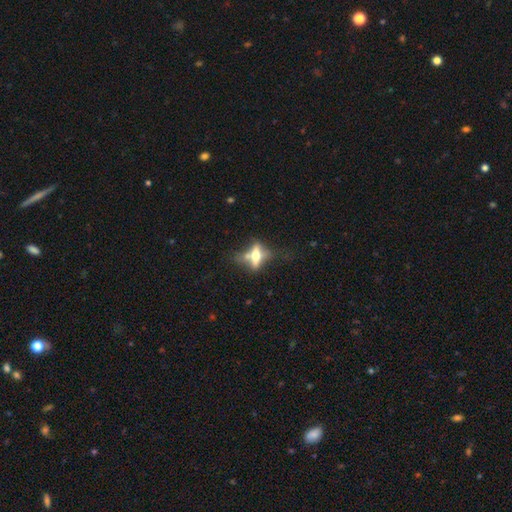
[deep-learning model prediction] This is possibly a featured or disk galaxy (60%). It is likely viewed edge-on (78%). Merging: possibly none (48%).